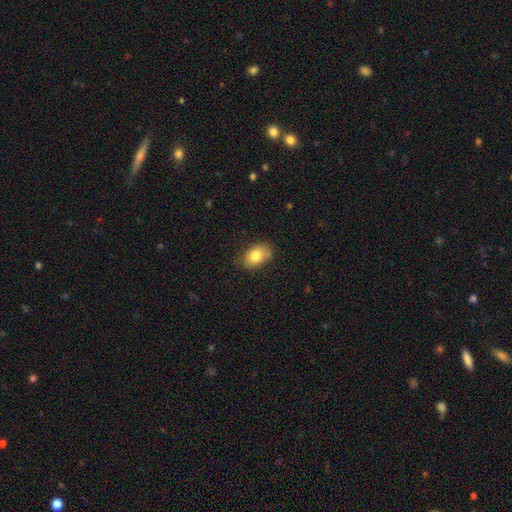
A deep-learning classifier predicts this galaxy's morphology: This appears to be a smooth galaxy with no disk features (80%) that is in between round and cigar-shaped (80%). Merging: none (70%).